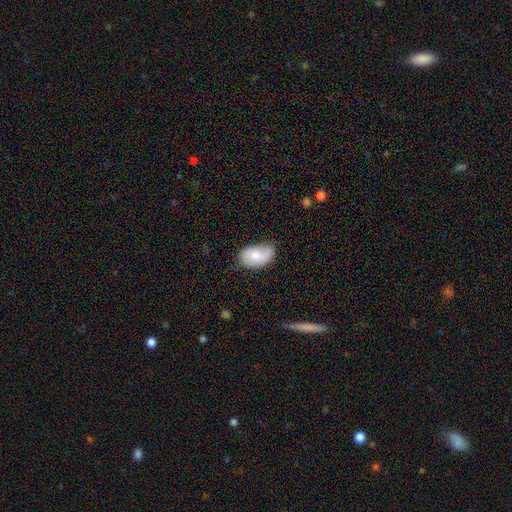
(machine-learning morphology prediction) smooth 62%, featured or disk 31%, star or artifact 7%. Down the decision tree: how rounded — in between (89%); merging — none (52%).